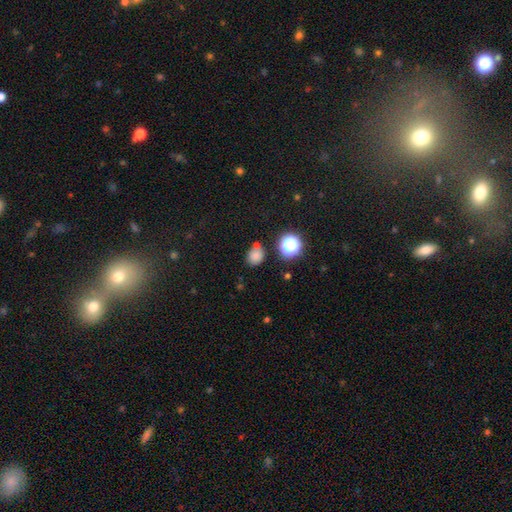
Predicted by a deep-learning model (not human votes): smooth_or_featured: smooth (p=0.76) [alt: star or artifact p=0.18]
how_rounded: round (p=0.69) [alt: in between p=0.30]
merging: none (p=0.66) [alt: merger p=0.16]